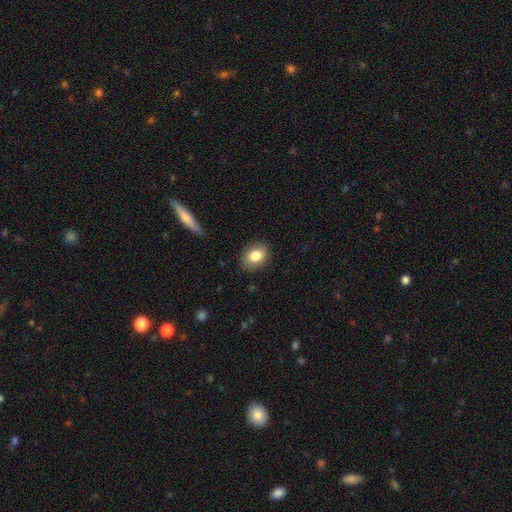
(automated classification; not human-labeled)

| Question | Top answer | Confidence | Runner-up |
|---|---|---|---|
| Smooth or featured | smooth | 83% | featured or disk (9%) |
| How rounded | in between | 68% | round (31%) |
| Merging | none | 84% | minor disturbance (12%) |